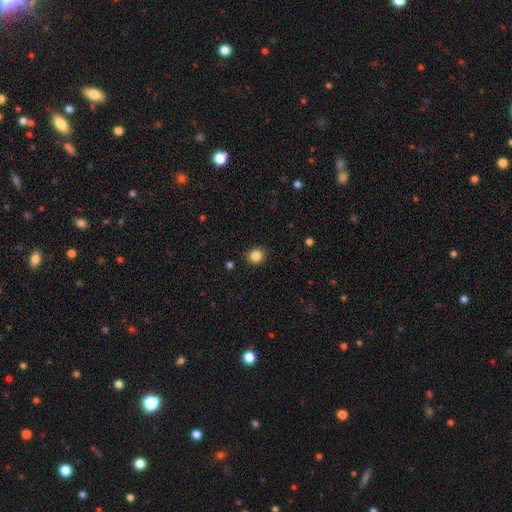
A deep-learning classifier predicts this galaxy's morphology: smooth 85%, star or artifact 11%, featured or disk 4%. Down the decision tree: how rounded — round (89%); merging — none (91%).